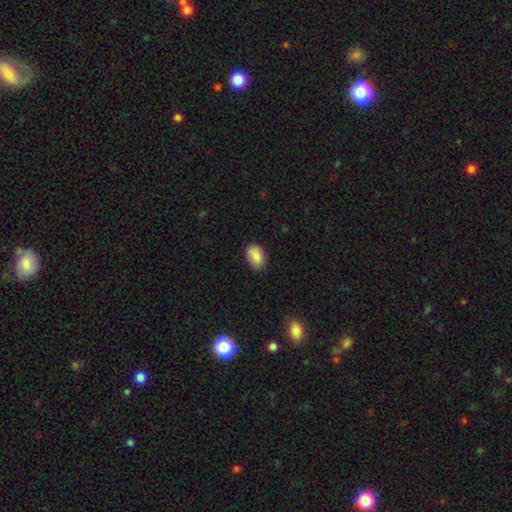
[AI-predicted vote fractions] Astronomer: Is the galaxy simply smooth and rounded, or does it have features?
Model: smooth — 85%.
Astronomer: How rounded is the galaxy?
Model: in between — 86%.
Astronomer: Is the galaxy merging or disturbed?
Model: none — 78%.